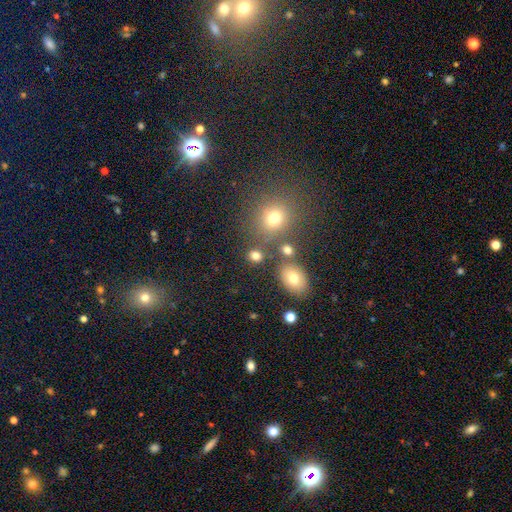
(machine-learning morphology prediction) This is likely a smooth galaxy (75%). How rounded: likely round (66%). Merging: likely none (73%).